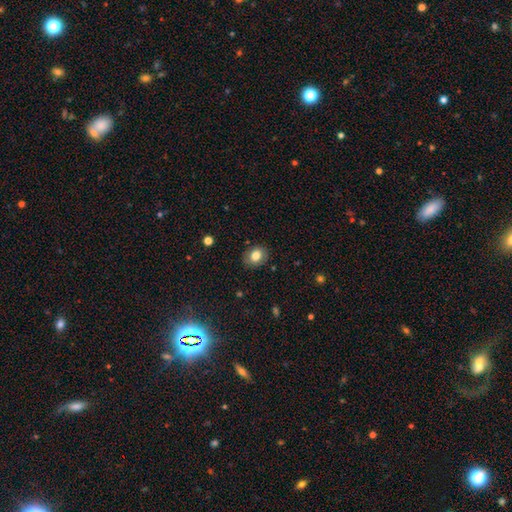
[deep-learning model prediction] smooth 79%, featured or disk 12%, star or artifact 9%. Down the decision tree: how rounded — round (50%); merging — none (84%).